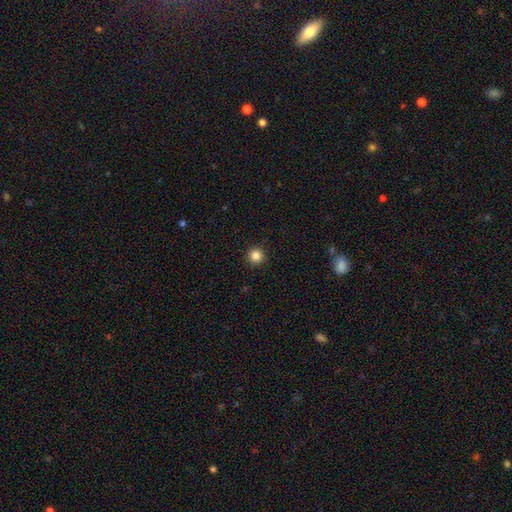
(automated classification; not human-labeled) smooth_or_featured: smooth (p=0.85) [alt: star or artifact p=0.11]
how_rounded: round (p=0.96) [alt: in between p=0.03]
merging: none (p=0.93) [alt: minor disturbance p=0.05]